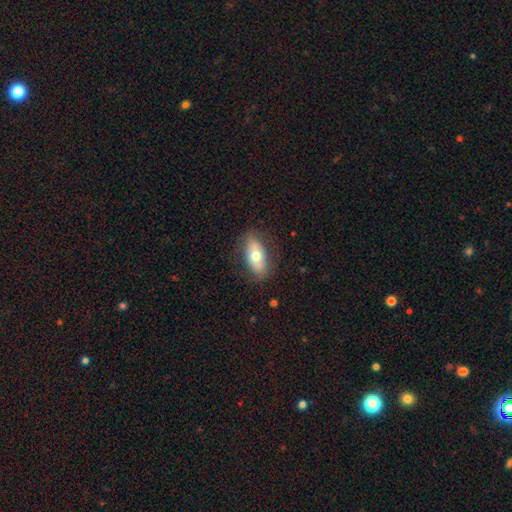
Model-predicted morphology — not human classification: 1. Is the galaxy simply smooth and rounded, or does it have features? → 63% smooth, 30% featured or disk, 6% star or artifact.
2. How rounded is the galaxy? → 85% in between, 11% cigar-shaped, 4% round.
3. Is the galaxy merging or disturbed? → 82% none, 13% minor disturbance, 4% major disturbance, 1% merger.